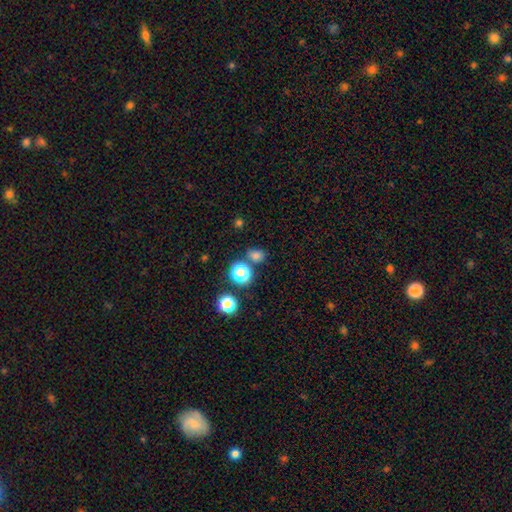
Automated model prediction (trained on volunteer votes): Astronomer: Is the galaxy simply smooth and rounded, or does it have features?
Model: smooth — 74%.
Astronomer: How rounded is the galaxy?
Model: round — 56% (runner-up: in between, 43%).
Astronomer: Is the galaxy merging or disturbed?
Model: none — 74%.